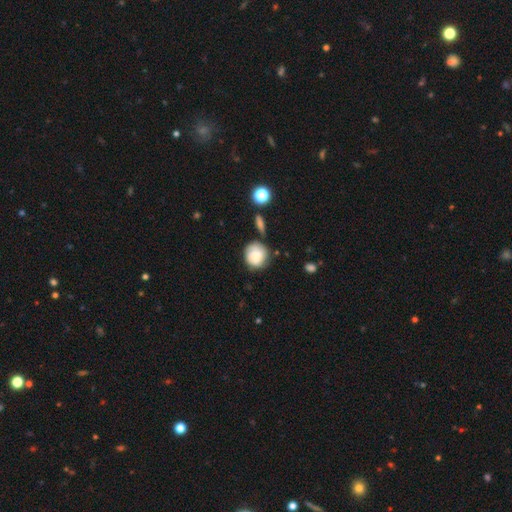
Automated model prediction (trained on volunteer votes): Morphology: type=smooth (65%); roundness=round (85%); merging=none (63%).